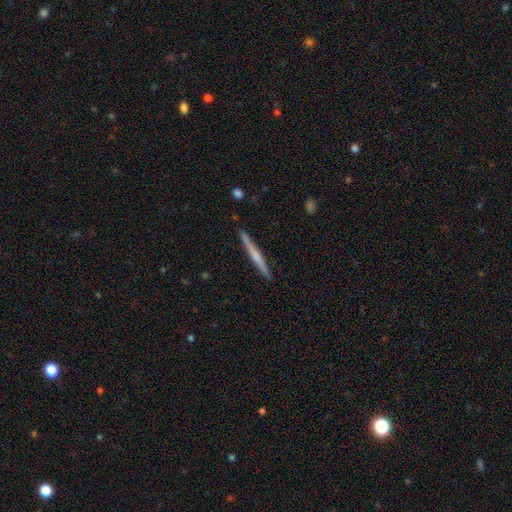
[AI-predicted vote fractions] Smooth or featured? Predicted: featured or disk (p=0.59). Edge-on disk? Predicted: yes (p=0.98). Edge-on bulge? Predicted: rounded (p=0.52). Merging? Predicted: none (p=0.91).